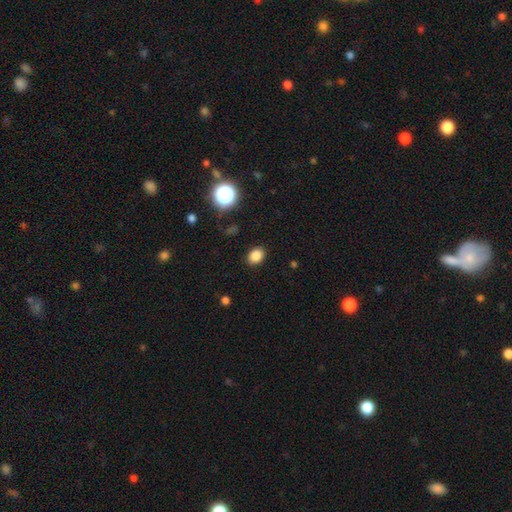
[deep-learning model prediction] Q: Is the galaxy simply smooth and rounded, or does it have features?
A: smooth — 84%.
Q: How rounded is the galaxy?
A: in between — 60%.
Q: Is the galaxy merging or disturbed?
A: none — 89%.